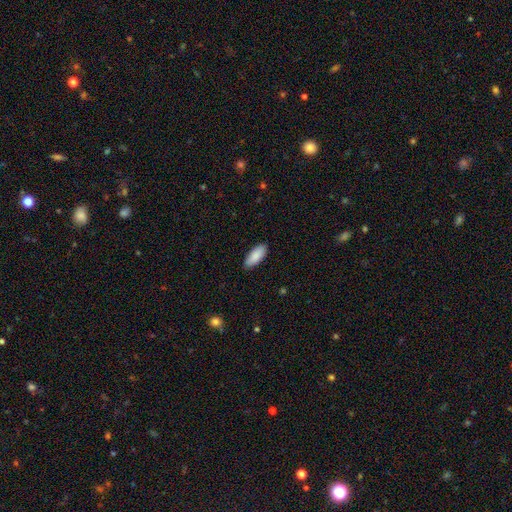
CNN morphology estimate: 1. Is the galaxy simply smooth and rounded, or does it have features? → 89% smooth, 5% featured or disk, 5% star or artifact.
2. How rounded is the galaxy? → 81% in between, 17% cigar-shaped, 2% round.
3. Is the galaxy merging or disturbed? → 89% none, 9% minor disturbance, 2% major disturbance, 1% merger.